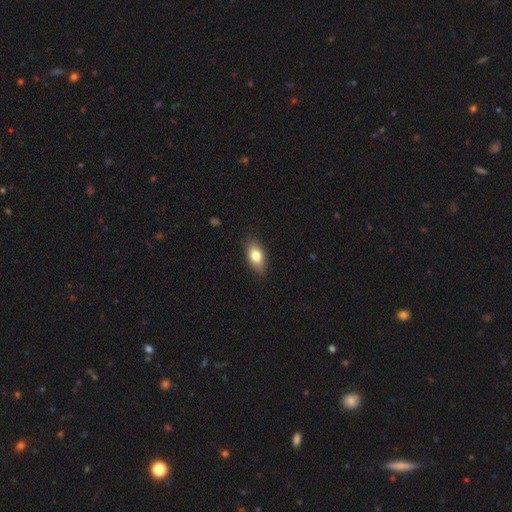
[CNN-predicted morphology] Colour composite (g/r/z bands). It shows a smooth galaxy with no disk features (76%) that is in between round and cigar-shaped (85%). Merging: none (85%).